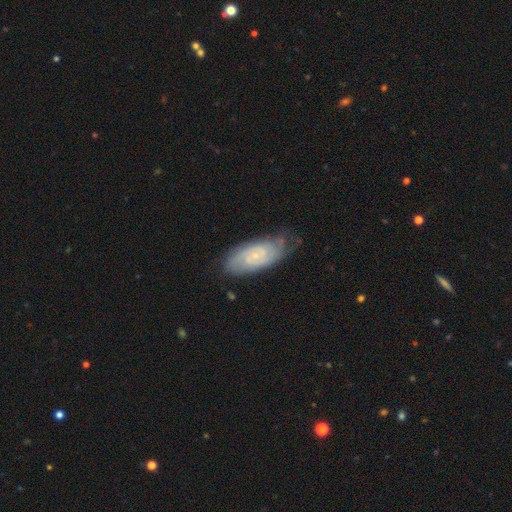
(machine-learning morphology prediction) Smooth or featured? featured or disk (70%)
Edge-on disk? no (93%)
Bar? no (68%)
Spiral arms? yes (91%)
Spiral winding? tight (60%)
Spiral arm count? can't tell (40%)
Bulge size? small (78%)
Merging? none (65%)